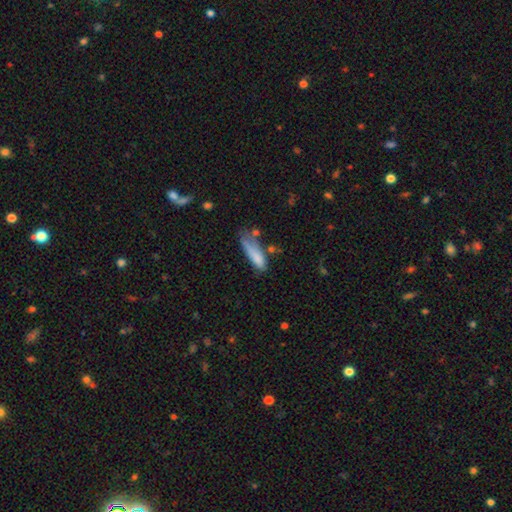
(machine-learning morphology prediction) Smooth or featured? Predicted: smooth (p=0.77). How rounded? Predicted: cigar-shaped (p=0.60). Merging? Predicted: none (p=0.37).